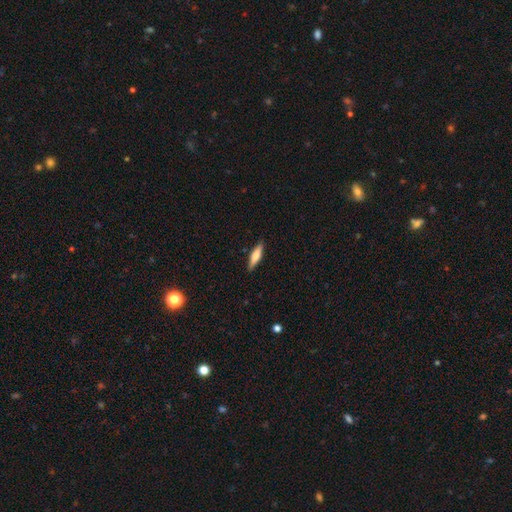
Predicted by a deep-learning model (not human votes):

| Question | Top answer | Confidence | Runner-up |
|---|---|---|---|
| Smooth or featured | smooth | 67% | featured or disk (27%) |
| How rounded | cigar-shaped | 68% | in between (30%) |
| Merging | none | 88% | minor disturbance (9%) |